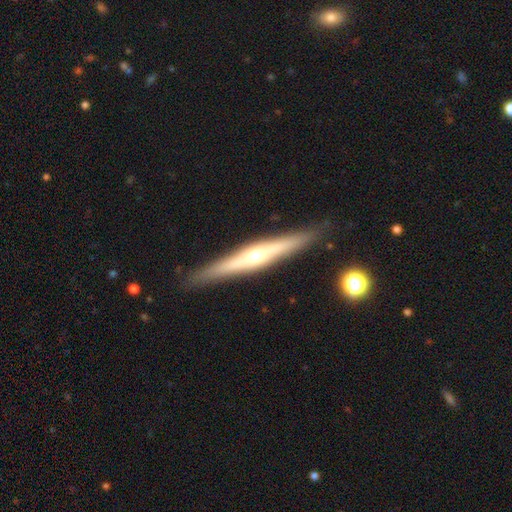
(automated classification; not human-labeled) featured or disk 68%, smooth 25%, star or artifact 6%. Down the decision tree: edge-on disk — yes (95%); edge-on bulge — rounded (81%); merging — none (89%).